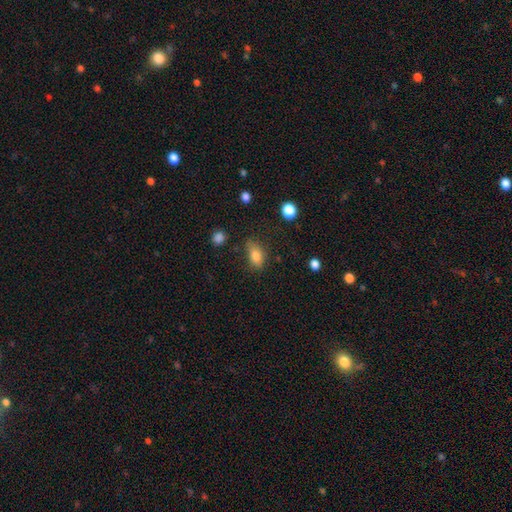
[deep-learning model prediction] Q: Smooth or featured?
A: smooth (81%); runner-up: star or artifact (10%)
Q: How rounded?
A: in between (83%); runner-up: round (13%)
Q: Merging?
A: none (62%); runner-up: minor disturbance (26%)